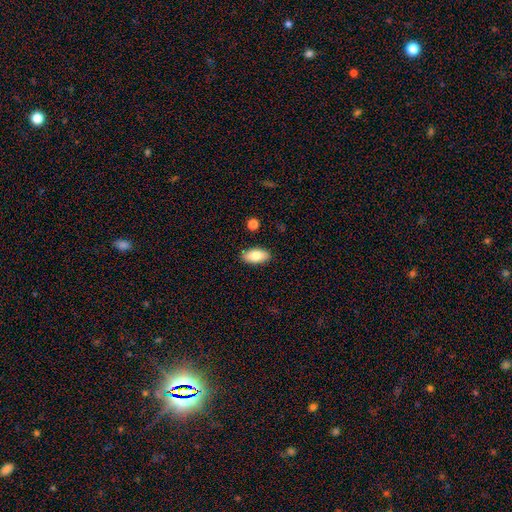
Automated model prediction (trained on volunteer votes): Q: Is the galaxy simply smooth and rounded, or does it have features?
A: smooth — 78%.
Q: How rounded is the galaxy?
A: in between — 92%.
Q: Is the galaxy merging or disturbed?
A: none — 87%.